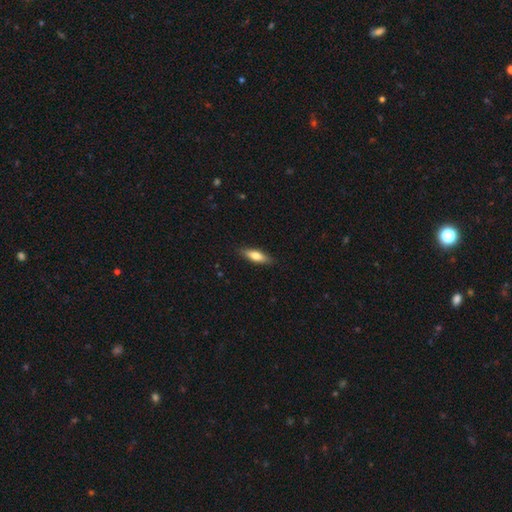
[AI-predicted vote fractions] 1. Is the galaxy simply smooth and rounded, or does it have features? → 69% smooth, 25% featured or disk, 6% star or artifact.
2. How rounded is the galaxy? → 50% cigar-shaped, 48% in between, 2% round.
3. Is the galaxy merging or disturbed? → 87% none, 10% minor disturbance, 2% major disturbance, 1% merger.